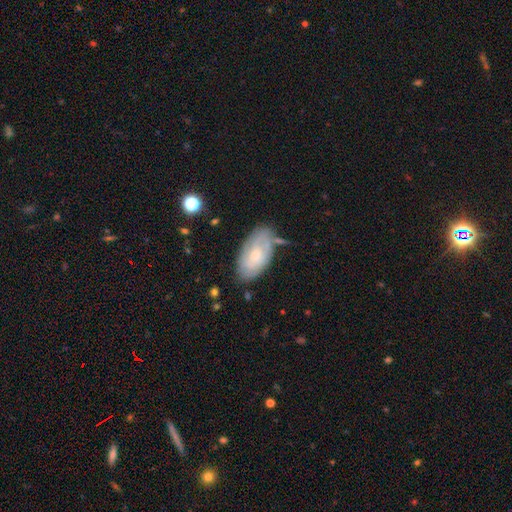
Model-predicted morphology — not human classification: smooth-or-featured: featured or disk: 57% | smooth: 36% | star or artifact: 7%
  disk-edge-on: no: 93% | yes: 7%
    bar: no: 71% | weak: 26% | strong: 4%
    has-spiral-arms: yes: 80% | no: 20%
    bulge-size: small: 58% | moderate: 34% | none: 4% | large: 3% | dominant: 1%
  merging: none: 67% | minor disturbance: 22% | major disturbance: 6% | merger: 5%